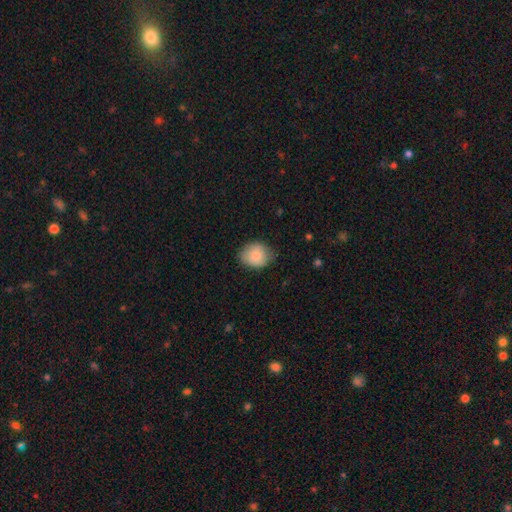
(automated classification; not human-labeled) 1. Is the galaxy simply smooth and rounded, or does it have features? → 85% smooth, 8% featured or disk, 7% star or artifact.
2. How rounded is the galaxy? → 56% round, 44% in between, 1% cigar-shaped.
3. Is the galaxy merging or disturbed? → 69% none, 25% minor disturbance, 5% major disturbance, 1% merger.